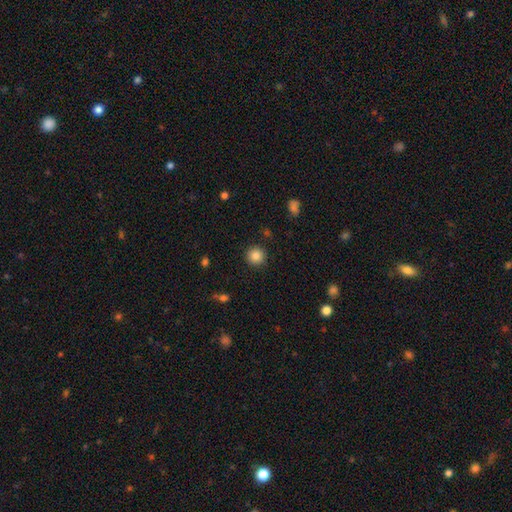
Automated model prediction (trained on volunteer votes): The model was most divided on "smooth or featured": smooth: 85%, star or artifact: 10%, featured or disk: 5%. More confident: how rounded — round (94%); merging — none (91%).